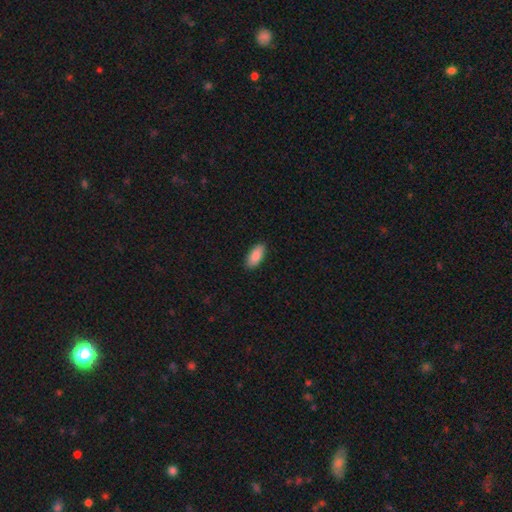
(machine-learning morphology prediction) Q: Smooth or featured?
A: smooth (89%); runner-up: star or artifact (6%)
Q: How rounded?
A: in between (89%); runner-up: cigar-shaped (9%)
Q: Merging?
A: none (88%); runner-up: minor disturbance (9%)